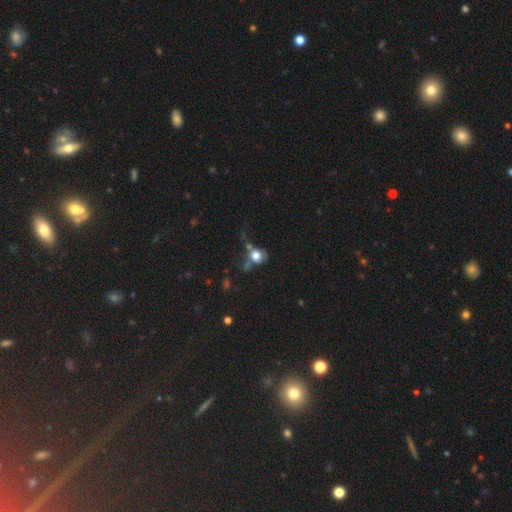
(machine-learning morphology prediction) smooth-or-featured: smooth: 70% | featured or disk: 16% | star or artifact: 13%
  how-rounded: round: 70% | in between: 29% | cigar-shaped: 1%
  merging: none: 35% | major disturbance: 25% | merger: 21% | minor disturbance: 19%